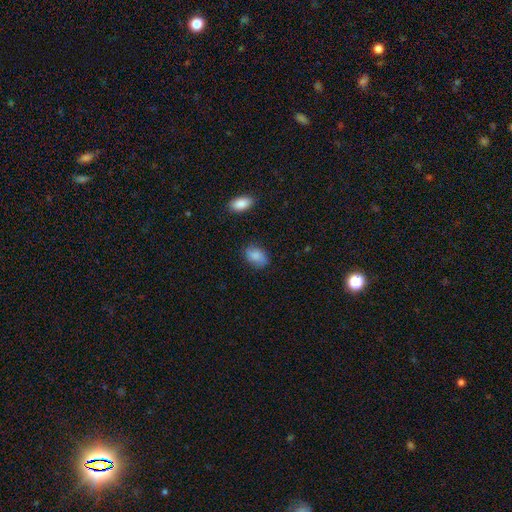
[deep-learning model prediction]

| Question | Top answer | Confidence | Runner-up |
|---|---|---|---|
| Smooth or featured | smooth | 82% | featured or disk (10%) |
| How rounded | in between | 86% | round (12%) |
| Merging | none | 74% | minor disturbance (20%) |